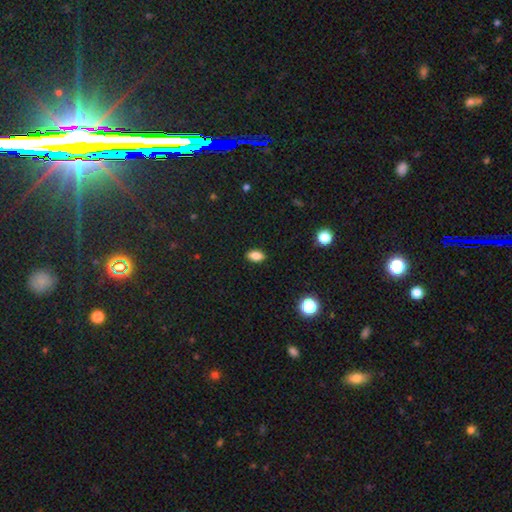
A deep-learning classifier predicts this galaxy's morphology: This is clearly a smooth galaxy (83%). How rounded: clearly in between (89%). Merging: clearly none (89%).